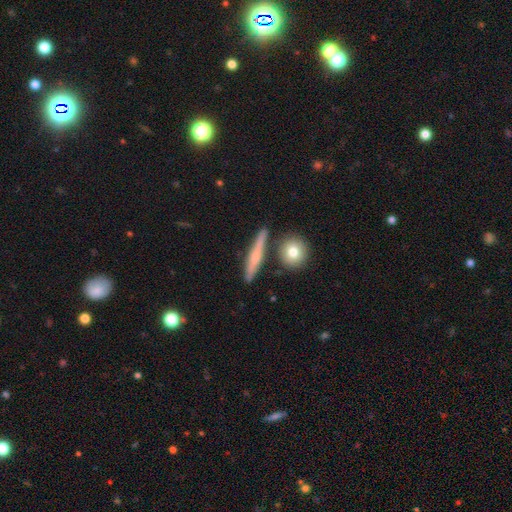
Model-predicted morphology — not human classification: Smooth or featured? Predicted: featured or disk (p=0.47). Merging? Predicted: none (p=0.80).